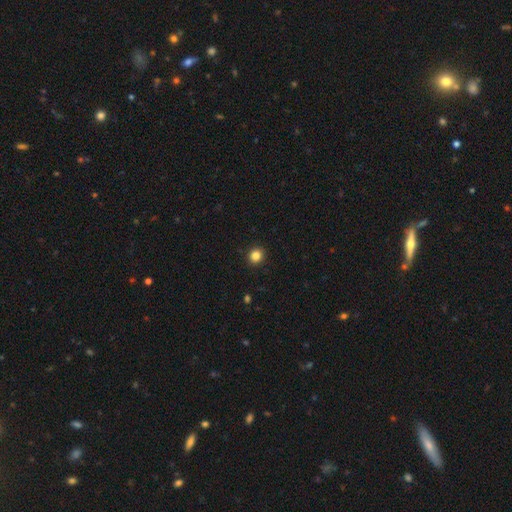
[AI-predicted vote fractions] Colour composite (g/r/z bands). It shows a smooth galaxy with no disk features (85%) that is round (87%). Merging: none (92%).